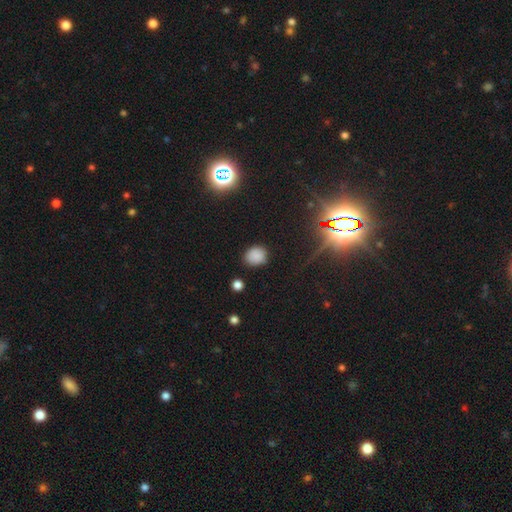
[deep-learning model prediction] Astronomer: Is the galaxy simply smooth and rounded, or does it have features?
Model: smooth — 82%.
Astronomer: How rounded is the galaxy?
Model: round — 63%.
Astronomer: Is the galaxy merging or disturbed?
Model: none — 82%.